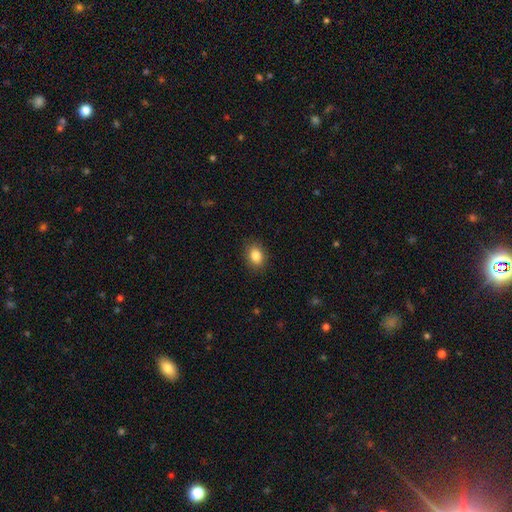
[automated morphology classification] Smooth or featured? smooth (86%)
How rounded? in between (68%)
Merging? none (88%)